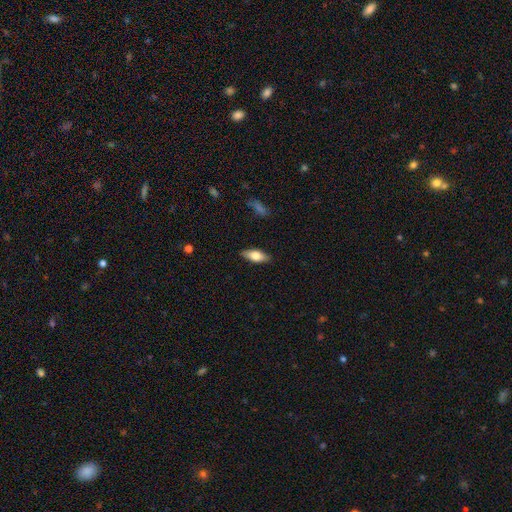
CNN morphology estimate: smooth 70%, featured or disk 24%, star or artifact 6%. Down the decision tree: how rounded — in between (77%); merging — none (87%).